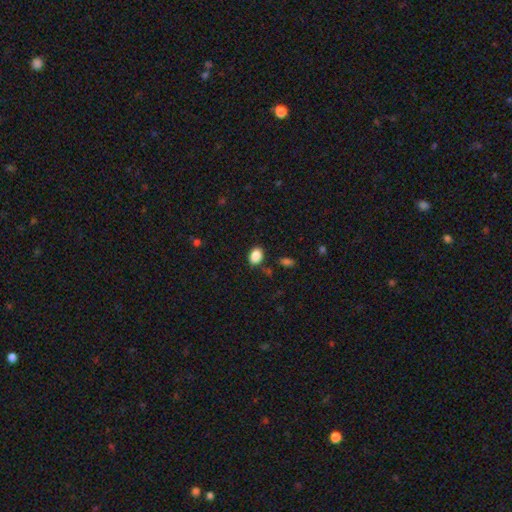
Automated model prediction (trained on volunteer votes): smooth_or_featured: smooth (p=0.88) [alt: star or artifact p=0.08]
how_rounded: in between (p=0.75) [alt: round p=0.24]
merging: none (p=0.83) [alt: minor disturbance p=0.11]